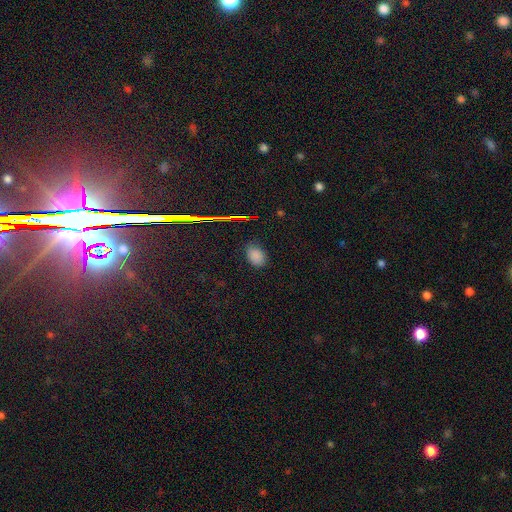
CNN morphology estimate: This appears to be a smooth galaxy with no disk features (79%) that is in between round and cigar-shaped (81%). Merging: none (79%).